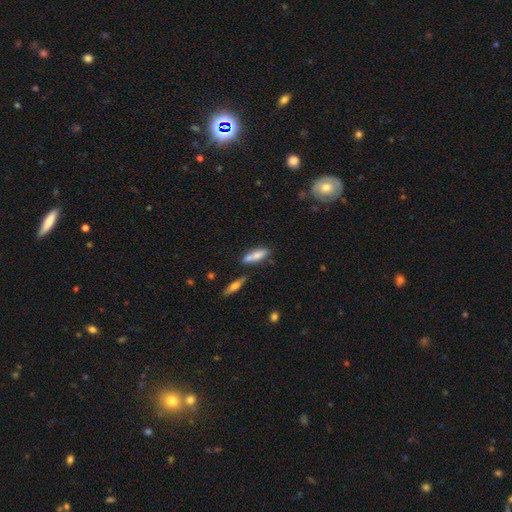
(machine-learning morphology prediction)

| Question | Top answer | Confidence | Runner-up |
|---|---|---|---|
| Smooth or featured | smooth | 74% | featured or disk (19%) |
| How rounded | cigar-shaped | 53% | in between (44%) |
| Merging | none | 63% | merger (17%) |